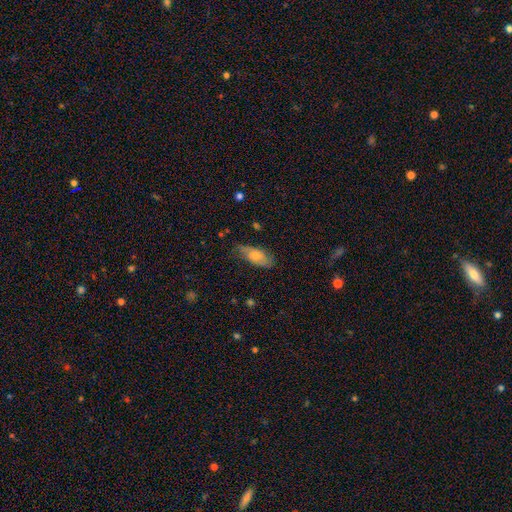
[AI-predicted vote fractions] Q: Smooth or featured?
A: smooth (70%); runner-up: featured or disk (23%)
Q: How rounded?
A: in between (84%); runner-up: cigar-shaped (13%)
Q: Merging?
A: none (63%); runner-up: minor disturbance (28%)